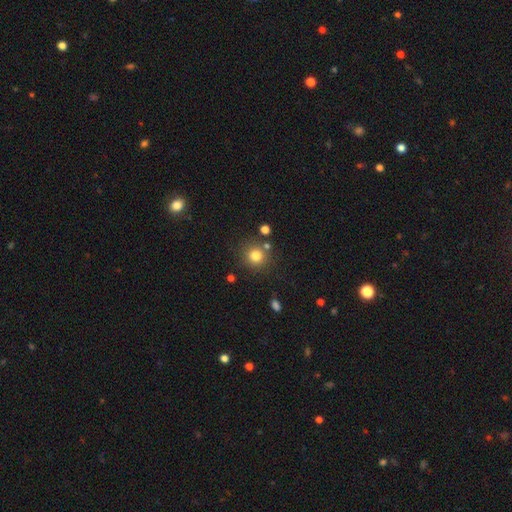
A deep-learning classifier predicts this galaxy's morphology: Smooth or featured: smooth — 80% (star or artifact — 13%)
How rounded: round — 91% (in between — 8%)
Merging: none — 80% (minor disturbance — 9%)